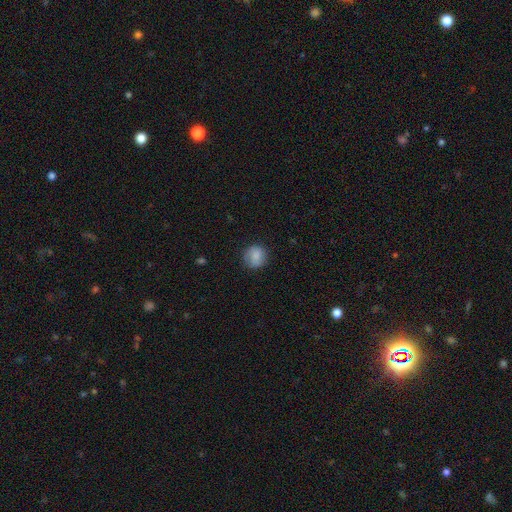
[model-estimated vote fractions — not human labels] This is clearly a smooth galaxy (84%). How rounded: clearly round (86%). Merging: likely none (79%).